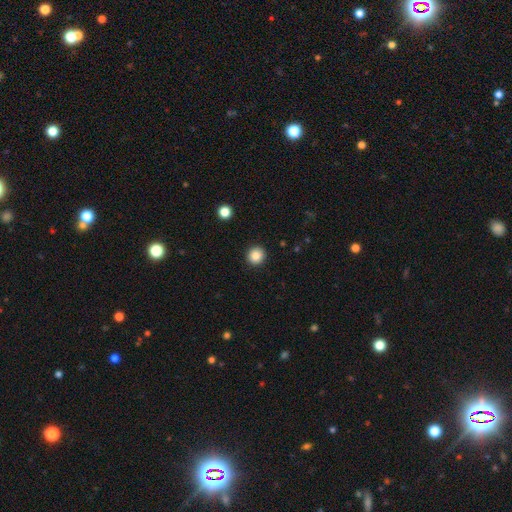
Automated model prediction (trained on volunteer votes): Overall: smooth (86%). How rounded: round (93%). Merging: none (92%).